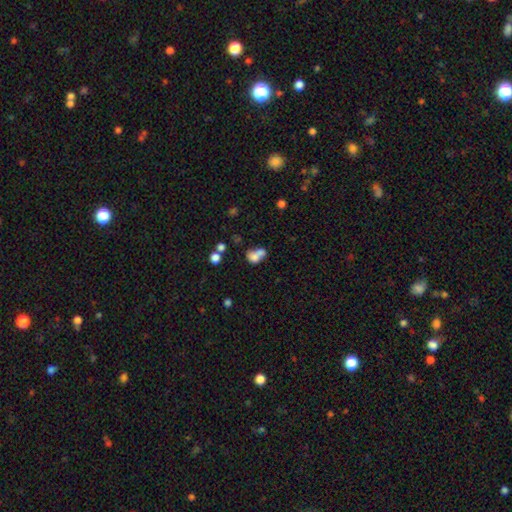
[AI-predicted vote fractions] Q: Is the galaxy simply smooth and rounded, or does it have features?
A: smooth — 71%.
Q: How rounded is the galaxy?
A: in between — 57%.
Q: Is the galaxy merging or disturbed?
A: merger — 64%.